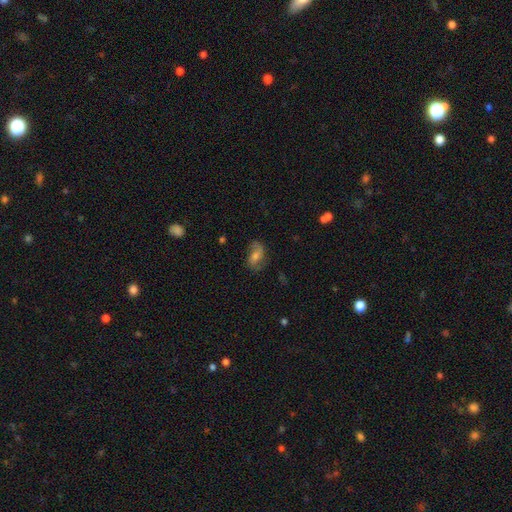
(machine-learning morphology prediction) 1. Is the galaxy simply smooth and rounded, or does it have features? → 54% featured or disk, 33% smooth, 12% star or artifact.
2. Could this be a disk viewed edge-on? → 95% no, 5% yes.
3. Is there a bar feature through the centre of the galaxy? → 46% no, 39% weak, 15% strong.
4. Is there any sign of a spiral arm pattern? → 84% yes, 16% no.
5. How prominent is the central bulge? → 57% moderate, 32% small, 6% large, 3% none, 1% dominant.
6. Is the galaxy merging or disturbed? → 71% none, 19% minor disturbance, 9% major disturbance, 2% merger.